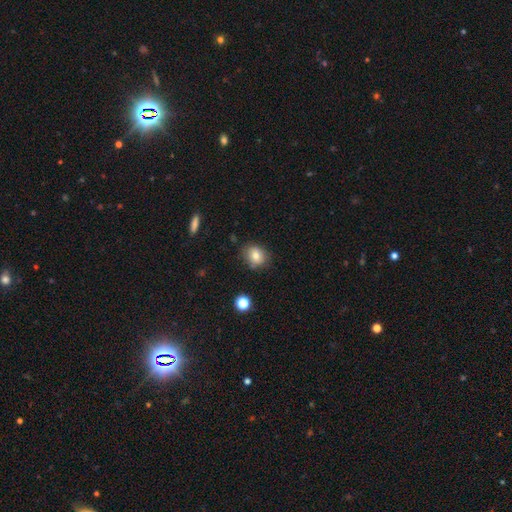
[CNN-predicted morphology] Smooth or featured?
  - smooth: 79% *
  - featured or disk: 11%
  - star or artifact: 10%
How rounded?
  - round: 57% *
  - in between: 42%
  - cigar-shaped: 1%
Merging?
  - none: 78% *
  - minor disturbance: 16%
  - major disturbance: 3%
  - merger: 2%